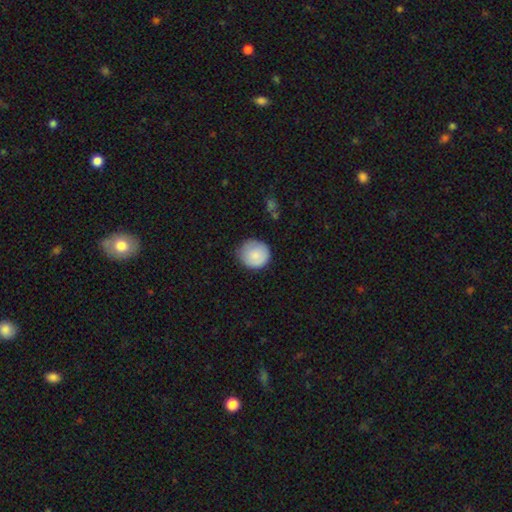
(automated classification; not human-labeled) Overall: smooth (83%). How rounded: round (90%). Merging: none (74%).